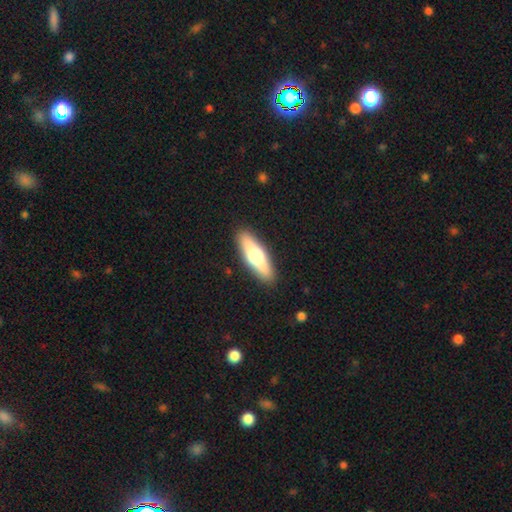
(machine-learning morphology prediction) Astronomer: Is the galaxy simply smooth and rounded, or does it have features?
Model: smooth — 56% (runner-up: featured or disk, 39%).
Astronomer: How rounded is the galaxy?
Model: cigar-shaped — 59% (runner-up: in between, 39%).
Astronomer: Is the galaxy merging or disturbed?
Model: none — 90%.